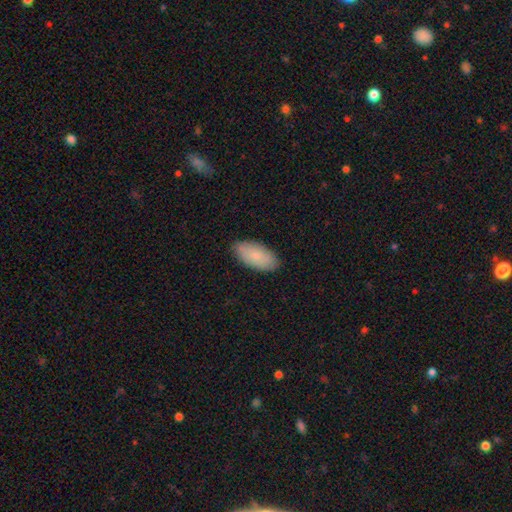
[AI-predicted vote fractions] Smooth or featured? Predicted: smooth (p=0.82). How rounded? Predicted: in between (p=0.94). Merging? Predicted: none (p=0.87).